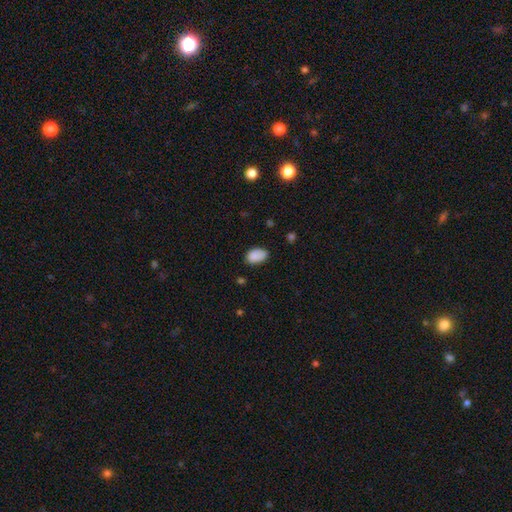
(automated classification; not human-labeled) Morphology: type=smooth (87%); roundness=in between (90%); merging=none (69%).